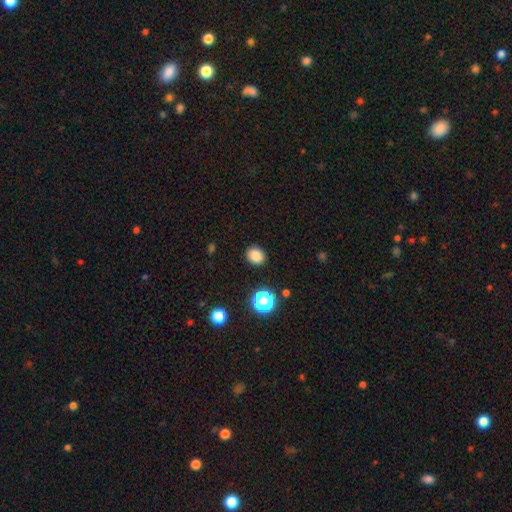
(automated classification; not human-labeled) The model was most divided on "how rounded": round: 62%, in between: 37%, cigar-shaped: 1%. More confident: merging — none (89%); smooth or featured — smooth (84%).